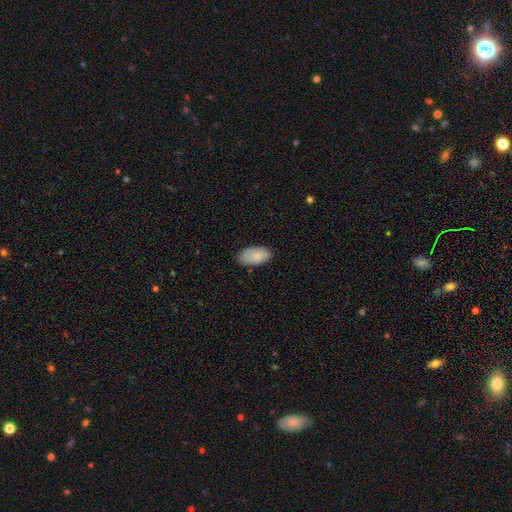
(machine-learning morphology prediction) smooth_or_featured: smooth (p=0.86) [alt: featured or disk p=0.08]
how_rounded: in between (p=0.95) [alt: round p=0.03]
merging: none (p=0.81) [alt: minor disturbance p=0.15]